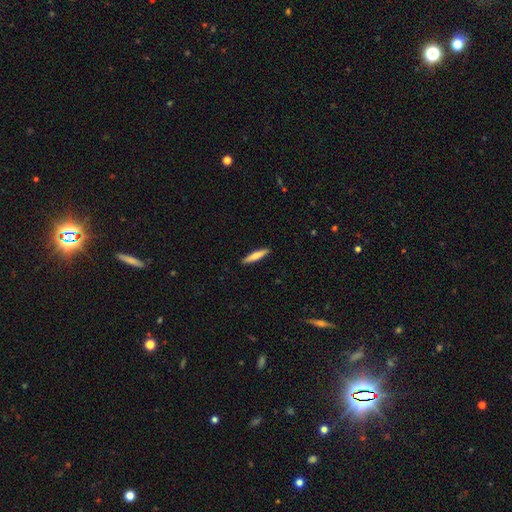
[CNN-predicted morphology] smooth 68%, featured or disk 26%, star or artifact 5%. Down the decision tree: how rounded — cigar-shaped (90%); merging — none (91%).